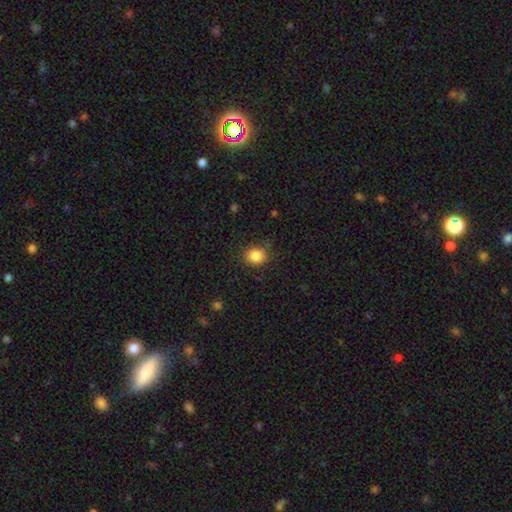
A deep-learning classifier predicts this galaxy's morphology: Smooth or featured: smooth — 85% (star or artifact — 10%)
How rounded: round — 66% (in between — 33%)
Merging: none — 84% (minor disturbance — 11%)